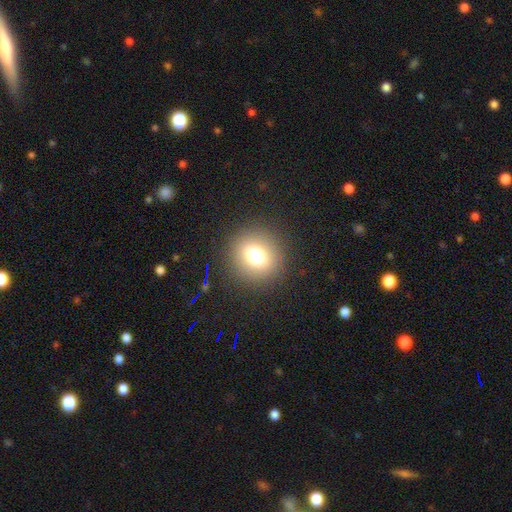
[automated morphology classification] Smooth or featured: smooth — 72% (star or artifact — 16%)
How rounded: round — 78% (in between — 21%)
Merging: none — 88% (minor disturbance — 7%)